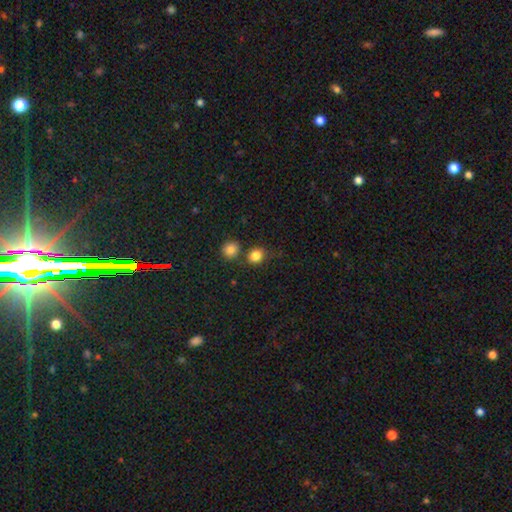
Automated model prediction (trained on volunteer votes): Smooth or featured? Predicted: smooth (p=0.83). How rounded? Predicted: round (p=0.78). Merging? Predicted: none (p=0.69).